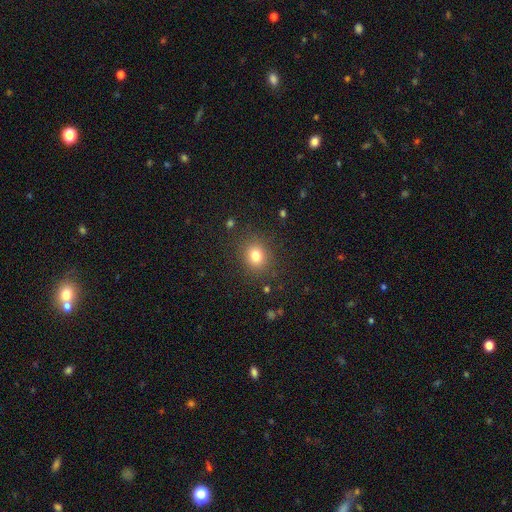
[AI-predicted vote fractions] smooth_or_featured: smooth (p=0.79) [alt: star or artifact p=0.14]
how_rounded: round (p=0.73) [alt: in between p=0.26]
merging: none (p=0.86) [alt: minor disturbance p=0.09]